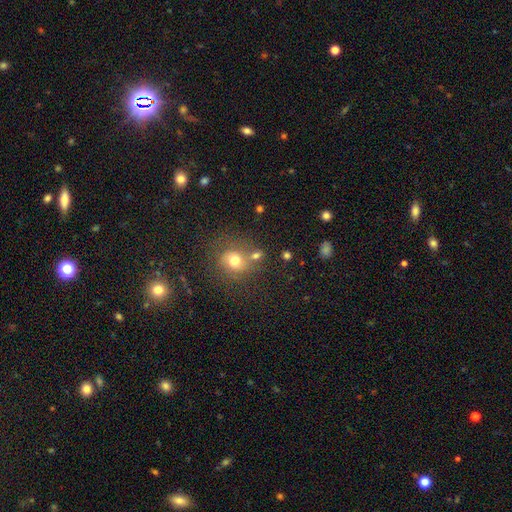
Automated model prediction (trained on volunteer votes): Q: Smooth or featured?
A: smooth (68%); runner-up: star or artifact (16%)
Q: How rounded?
A: round (75%); runner-up: in between (24%)
Q: Merging?
A: none (54%); runner-up: merger (25%)